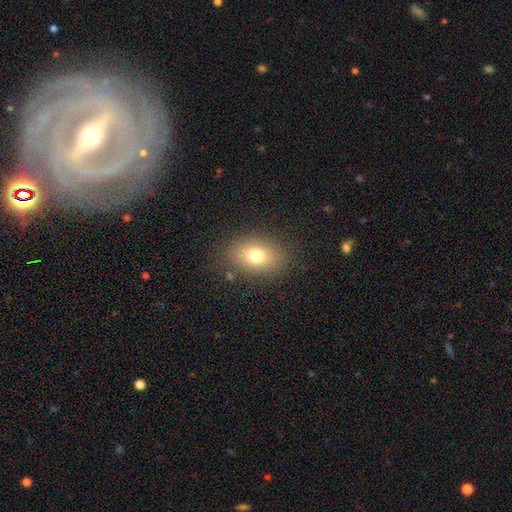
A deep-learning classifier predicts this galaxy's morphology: This is likely a smooth galaxy (75%). How rounded: likely in between (77%). Merging: clearly none (84%).